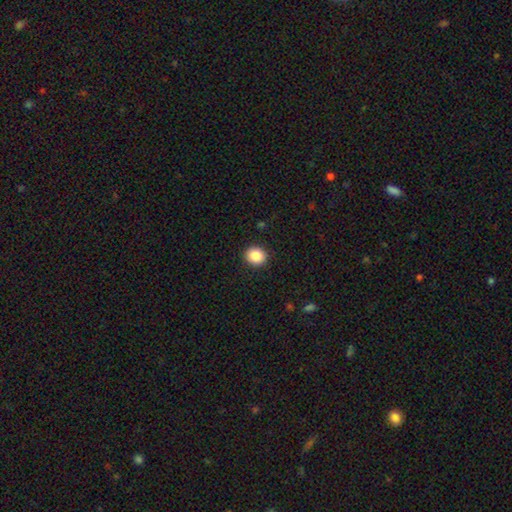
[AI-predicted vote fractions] Smooth or featured? smooth (87%)
How rounded? round (82%)
Merging? none (91%)